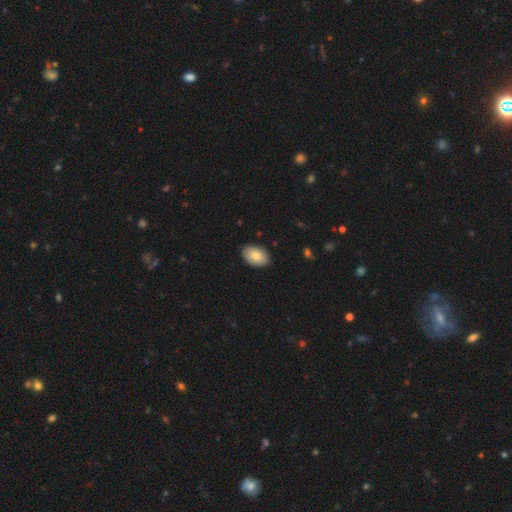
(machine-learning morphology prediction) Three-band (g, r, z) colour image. It shows a smooth galaxy with no disk features (84%) that is in between round and cigar-shaped (91%). Merging: none (88%).